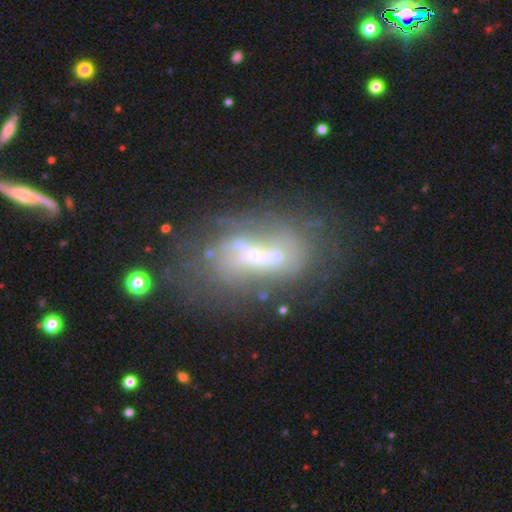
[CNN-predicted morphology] smooth-or-featured: featured or disk: 60% | smooth: 25% | star or artifact: 15%
  disk-edge-on: no: 92% | yes: 8%
    bar: no: 70% | weak: 19% | strong: 11%
    has-spiral-arms: no: 80% | yes: 20%
    bulge-size: small: 51% | none: 28% | moderate: 15% | large: 4% | dominant: 2%
  merging: none: 36% | major disturbance: 26% | merger: 20% | minor disturbance: 18%